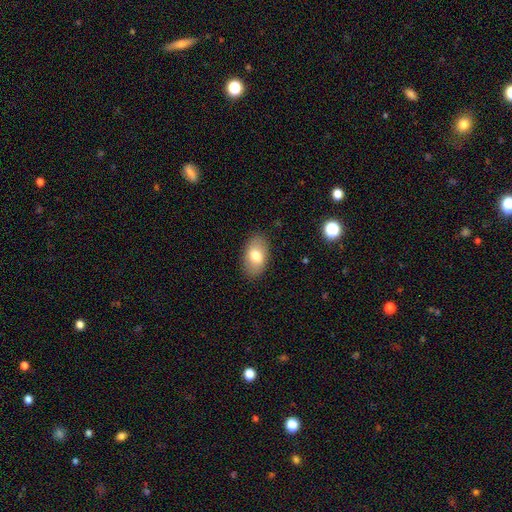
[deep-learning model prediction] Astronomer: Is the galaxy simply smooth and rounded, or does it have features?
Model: smooth — 76%.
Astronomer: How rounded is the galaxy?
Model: in between — 92%.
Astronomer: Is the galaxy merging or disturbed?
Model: none — 86%.